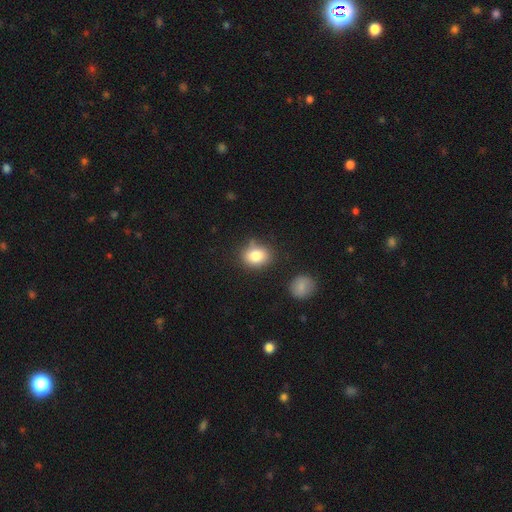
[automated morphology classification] A smooth galaxy with no disk features (83%) that is in between round and cigar-shaped (51%). Merging: none (73%).